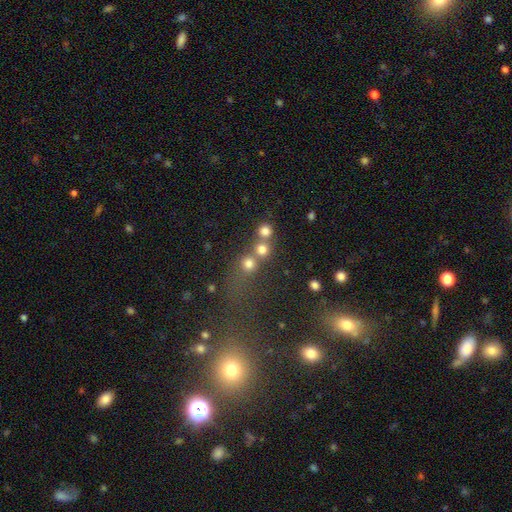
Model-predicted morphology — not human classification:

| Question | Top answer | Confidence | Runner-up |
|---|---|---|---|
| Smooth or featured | star or artifact | 46% | smooth (41%) |